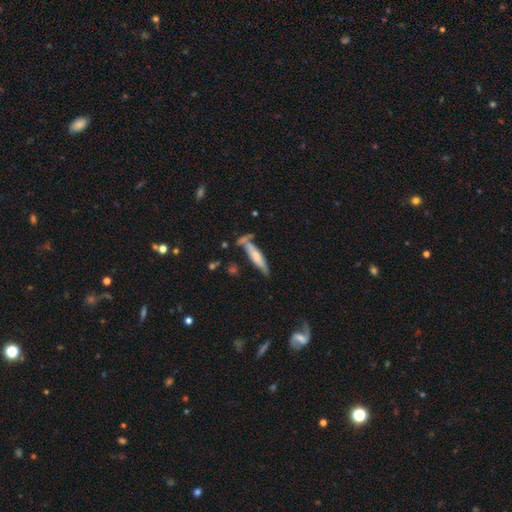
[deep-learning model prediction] Overall: smooth (60%; featured or disk 34%). How rounded: cigar-shaped (81%). Merging: none (57%; minor disturbance 21%).